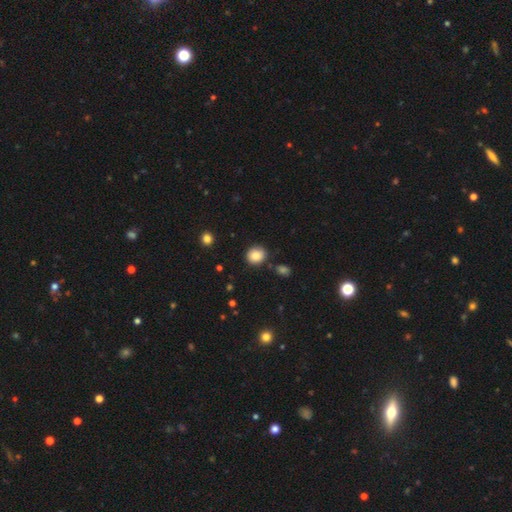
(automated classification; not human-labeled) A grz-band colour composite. It shows a smooth galaxy with no disk features (86%) that is round (81%). Merging: none (83%).